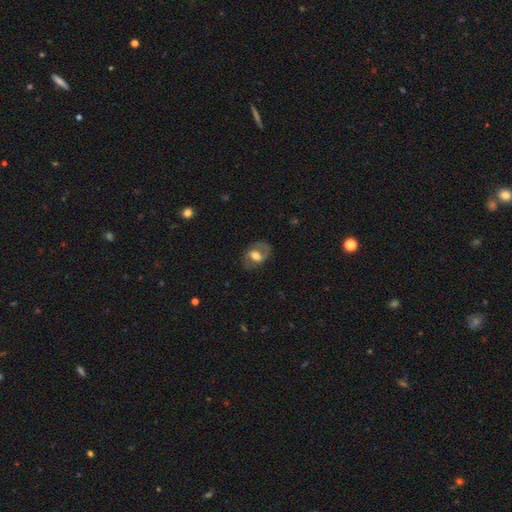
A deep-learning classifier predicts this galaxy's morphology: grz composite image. It shows a featured or disk galaxy (55%) with a weak bar (41%), spiral arms (68%) and a moderate central bulge (47%). Merging: none (67%).